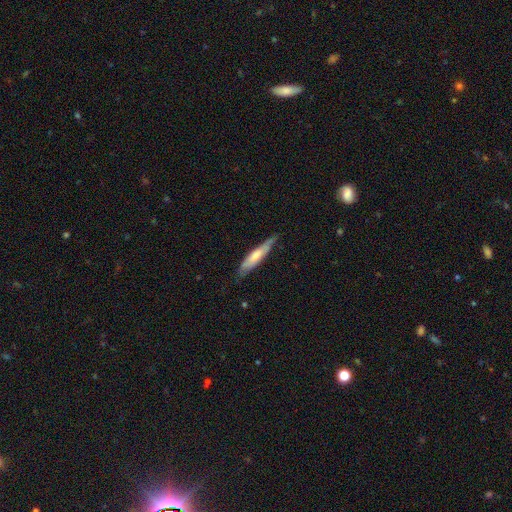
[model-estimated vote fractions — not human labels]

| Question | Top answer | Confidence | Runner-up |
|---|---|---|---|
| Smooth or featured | smooth | 57% | featured or disk (38%) |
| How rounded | cigar-shaped | 84% | in between (15%) |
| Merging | none | 67% | minor disturbance (27%) |